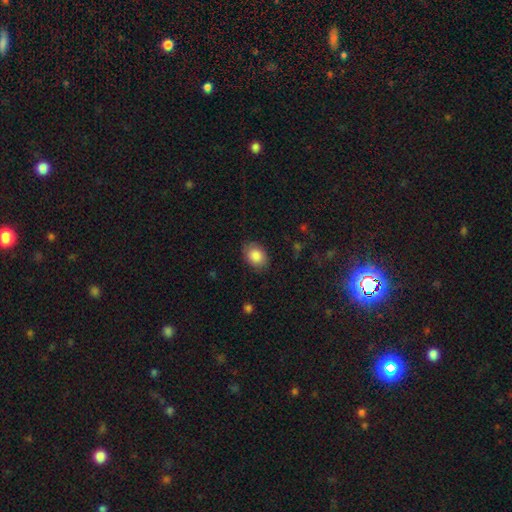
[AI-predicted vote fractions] smooth-or-featured: smooth: 87% | star or artifact: 7% | featured or disk: 6%
  how-rounded: in between: 72% | round: 27% | cigar-shaped: 1%
  merging: none: 82% | minor disturbance: 14% | major disturbance: 3% | merger: 1%